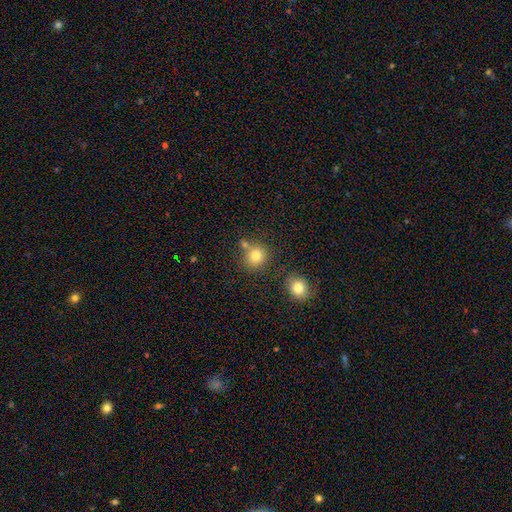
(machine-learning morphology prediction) A smooth galaxy with no disk features (81%) that is round (88%). Merging: none (71%).